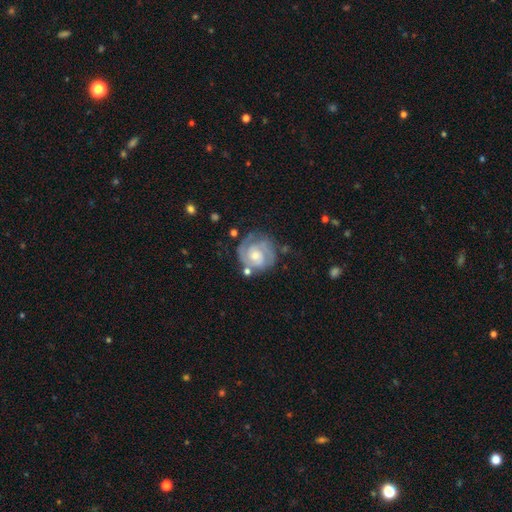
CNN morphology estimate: smooth-or-featured: featured or disk: 84% | smooth: 11% | star or artifact: 5%
  disk-edge-on: no: 98% | yes: 2%
    bar: no: 66% | weak: 29% | strong: 5%
    has-spiral-arms: yes: 96% | no: 4%
      spiral-winding: tight: 63% | medium: 31% | loose: 6%
      spiral-arm-count: 2: 60% | 3: 16% | can't tell: 14% | 1: 4% | 4: 3% | more than 4: 3%
    bulge-size: small: 47% | moderate: 46% | large: 3% | none: 3% | dominant: 1%
  merging: none: 68% | minor disturbance: 18% | major disturbance: 8% | merger: 5%